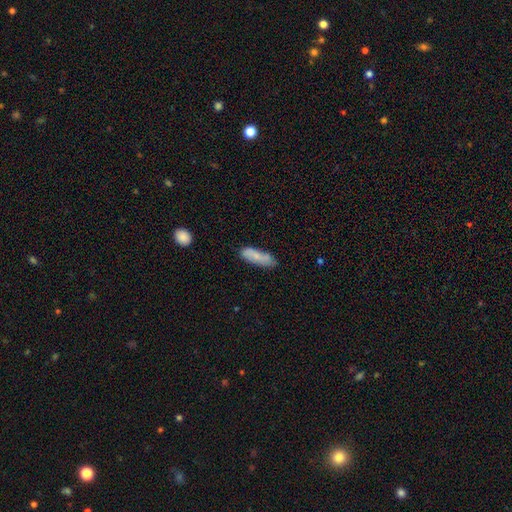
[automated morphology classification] Overall: smooth (70%). How rounded: in between (53%; cigar-shaped 45%). Merging: none (67%).